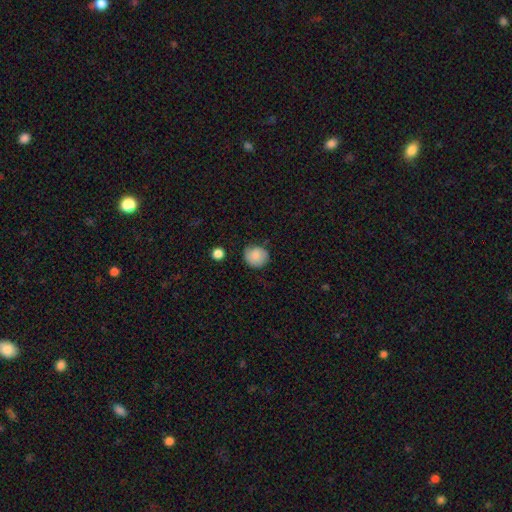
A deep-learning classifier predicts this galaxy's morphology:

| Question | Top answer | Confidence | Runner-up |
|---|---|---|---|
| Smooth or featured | smooth | 83% | featured or disk (9%) |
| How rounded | round | 83% | in between (16%) |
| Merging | none | 73% | minor disturbance (21%) |